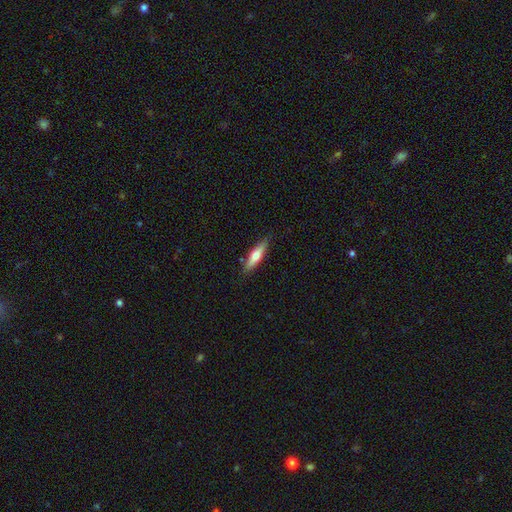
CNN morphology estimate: A smooth galaxy with no disk features (58%) that is cigar-shaped (69%).

Vote fractions:
- Smooth or featured? smooth: 58% / featured or disk: 36% / star or artifact: 6%
- How rounded? cigar-shaped: 69% / in between: 29% / round: 2%
- Merging? none: 85% / minor disturbance: 11% / major disturbance: 2% / merger: 2%